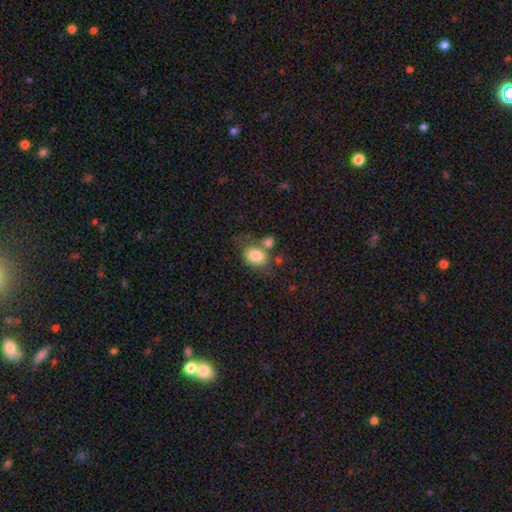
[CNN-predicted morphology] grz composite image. It shows a smooth galaxy with no disk features (79%) that is in between round and cigar-shaped (70%). Merging: none (40%).